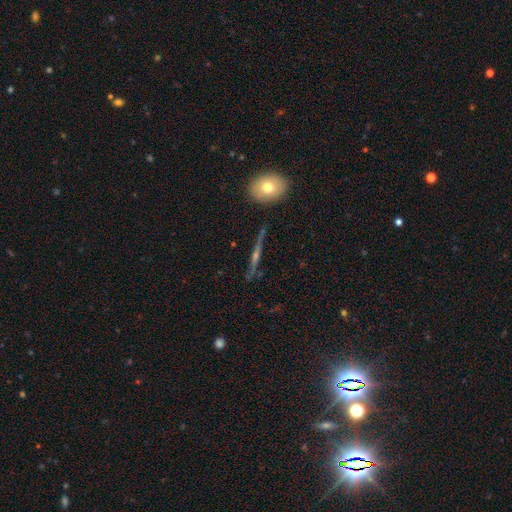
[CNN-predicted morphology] Overall: featured or disk (72%). Edge-on disk: yes (96%). Edge-on bulge: rounded (84%). Merging: none (88%).